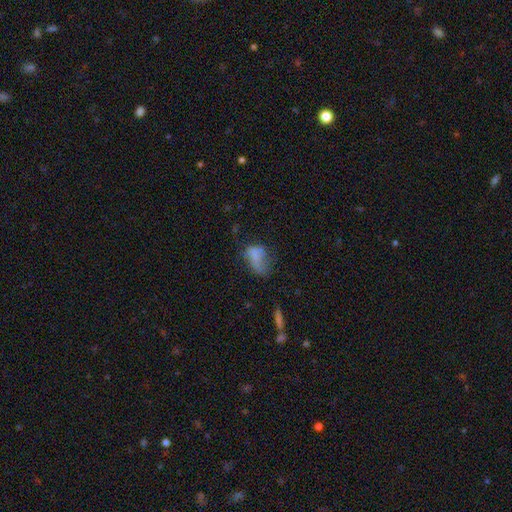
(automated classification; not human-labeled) Smooth or featured? smooth (60%)
How rounded? in between (83%)
Merging? major disturbance (39%)